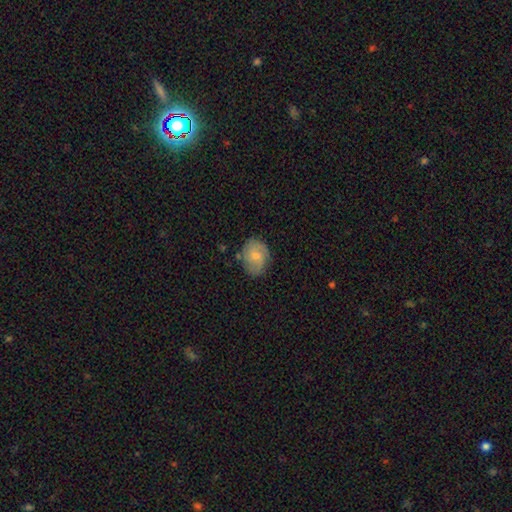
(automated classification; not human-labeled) A smooth galaxy with no disk features (55%) that is in between round and cigar-shaped (54%). Merging: none (70%).